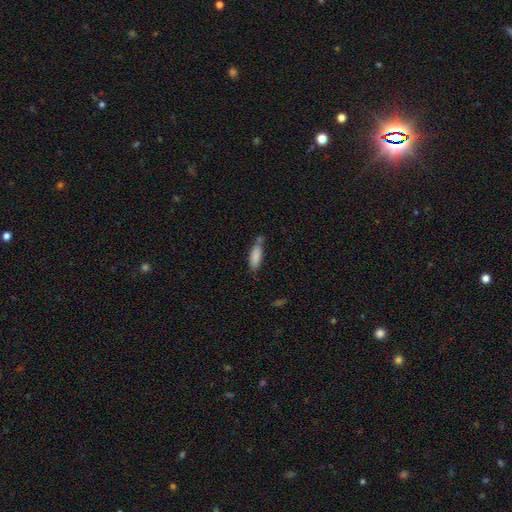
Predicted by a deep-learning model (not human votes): This appears to be a smooth galaxy with no disk features (85%) that is in between round and cigar-shaped (57%). Merging: none (57%).